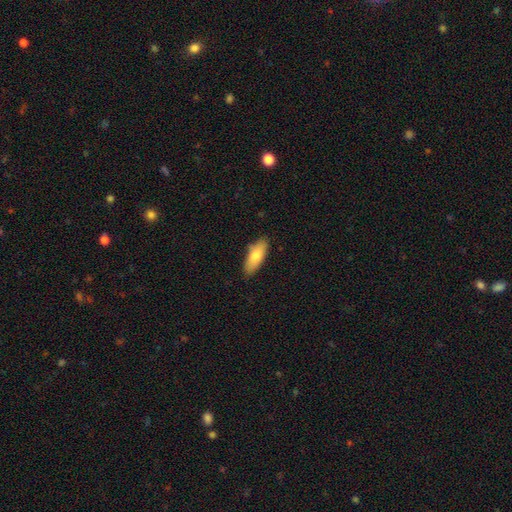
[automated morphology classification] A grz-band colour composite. It shows a smooth galaxy with no disk features (77%) that is in between round and cigar-shaped (72%). Merging: none (82%).